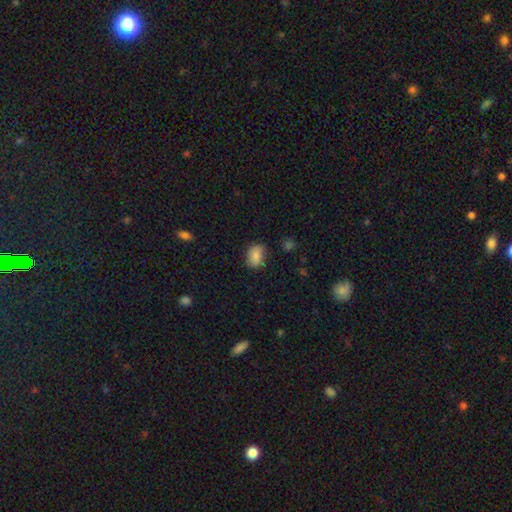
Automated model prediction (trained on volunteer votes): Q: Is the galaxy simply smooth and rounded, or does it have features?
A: smooth — 81%.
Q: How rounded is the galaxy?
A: in between — 77%.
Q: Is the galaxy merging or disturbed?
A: none — 72%.